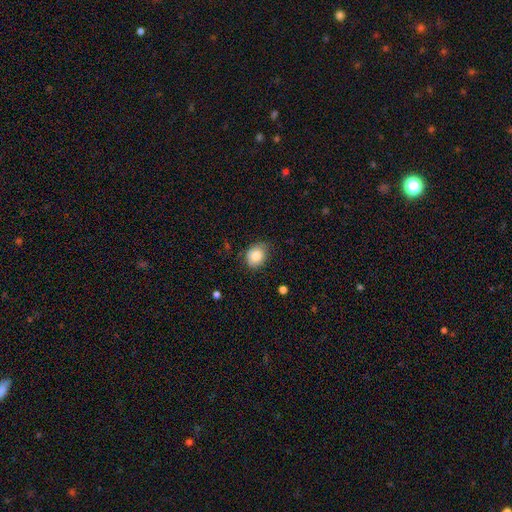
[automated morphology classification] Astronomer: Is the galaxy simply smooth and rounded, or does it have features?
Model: smooth — 82%.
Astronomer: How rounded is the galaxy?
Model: round — 57% (runner-up: in between, 42%).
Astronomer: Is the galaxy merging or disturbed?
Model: none — 68%.